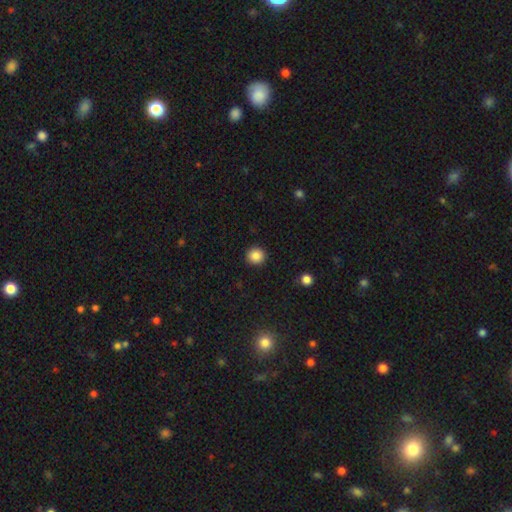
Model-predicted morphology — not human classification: smooth-or-featured: smooth: 86% | star or artifact: 10% | featured or disk: 4%
  how-rounded: round: 92% | in between: 7% | cigar-shaped: 1%
  merging: none: 92% | minor disturbance: 5% | major disturbance: 2% | merger: 1%